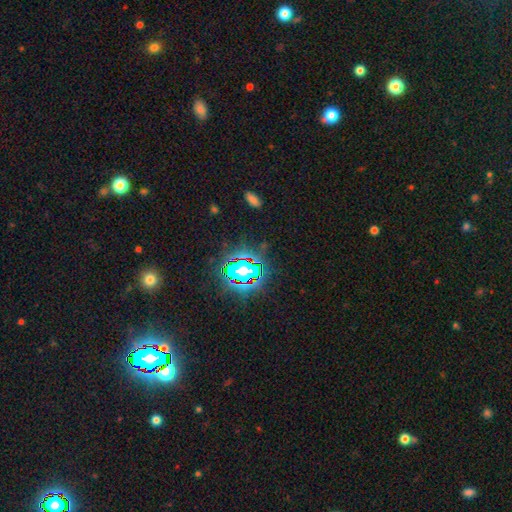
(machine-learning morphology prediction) The model was most divided on "smooth or featured": star or artifact: 80%, smooth: 12%, featured or disk: 8%.